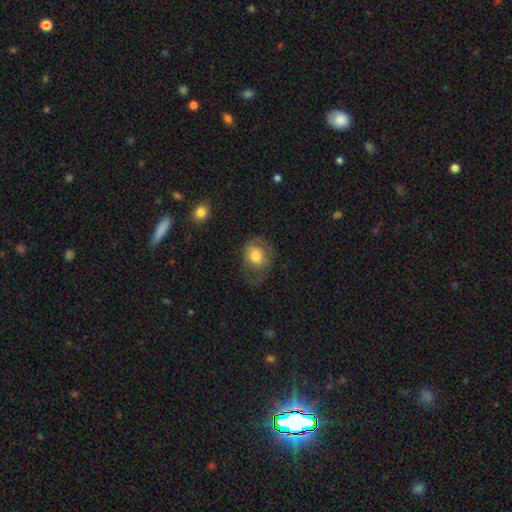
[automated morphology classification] Smooth or featured? Predicted: smooth (p=0.71). How rounded? Predicted: round (p=0.57). Merging? Predicted: none (p=0.43).